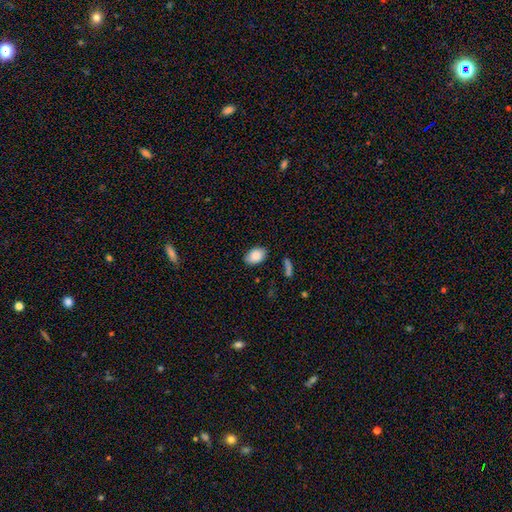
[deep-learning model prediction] Morphology: type=smooth (85%); roundness=in between (87%); merging=none (81%).